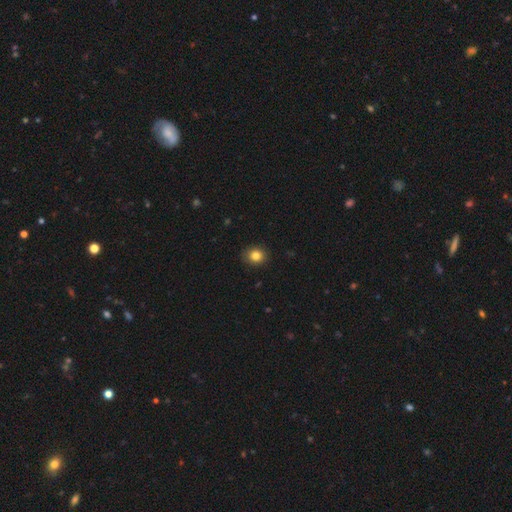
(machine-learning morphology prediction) Smooth or featured: smooth — 83% (star or artifact — 11%)
How rounded: round — 72% (in between — 27%)
Merging: none — 89% (minor disturbance — 8%)